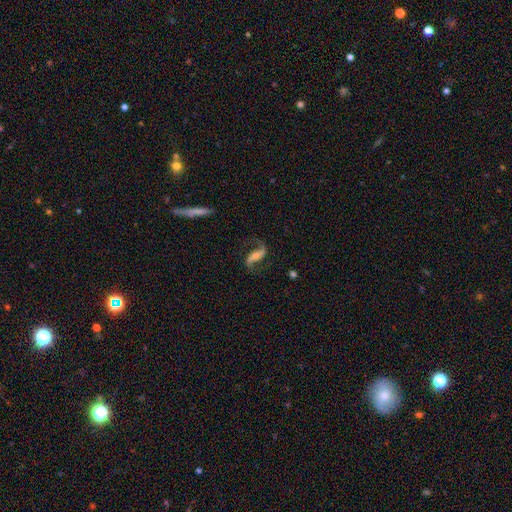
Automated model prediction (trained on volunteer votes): This appears to be a featured or disk galaxy (84%) with a strong bar (44%), 2 (92%) loose (71%) spiral arms (95%) and a small central bulge (43%, tied with moderate). Merging: none (76%).